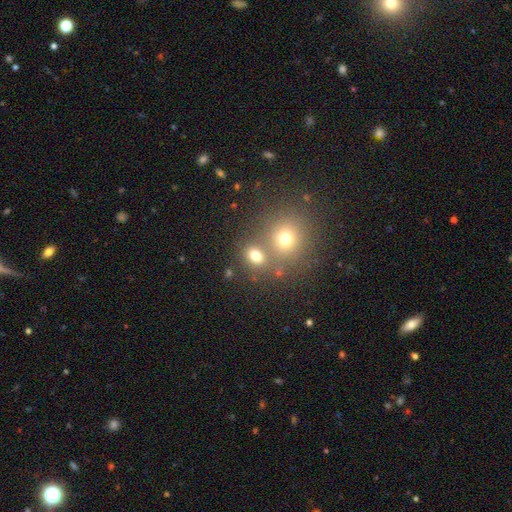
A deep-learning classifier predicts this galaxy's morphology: Smooth or featured?
  - smooth: 73% *
  - star or artifact: 17%
  - featured or disk: 10%
How rounded?
  - round: 56% *
  - in between: 43%
  - cigar-shaped: 1%
Merging?
  - none: 53% *
  - merger: 35%
  - minor disturbance: 9%
  - major disturbance: 4%